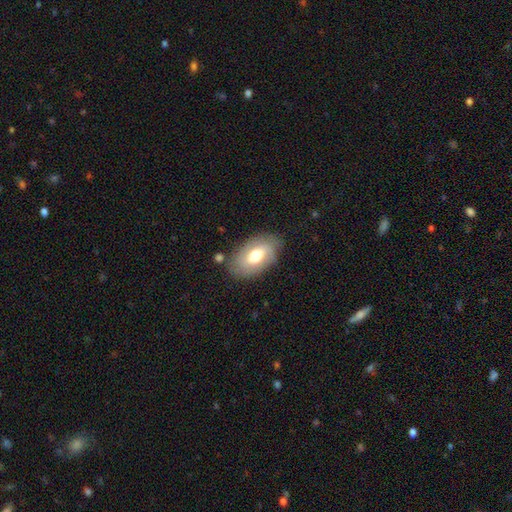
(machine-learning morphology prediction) Smooth or featured: smooth — 56% (featured or disk — 38%)
How rounded: in between — 93% (round — 5%)
Merging: none — 76% (minor disturbance — 17%)